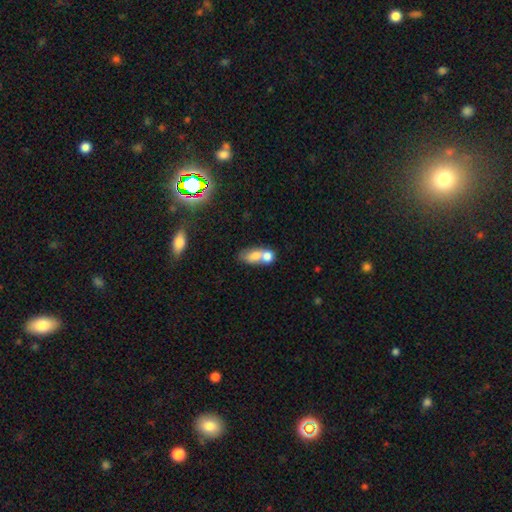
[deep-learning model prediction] Morphology: type=smooth (69%); roundness=in between (75%); merging=merger (61%).